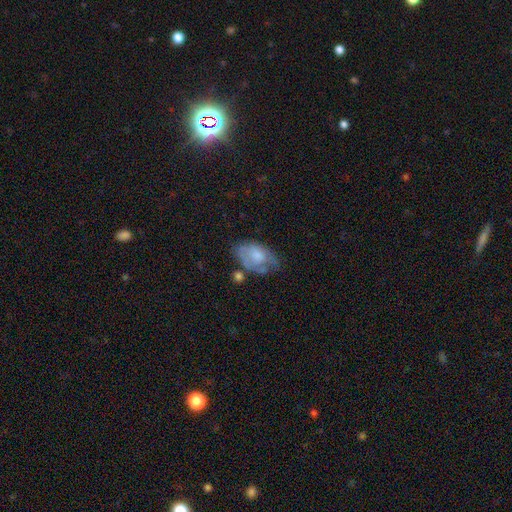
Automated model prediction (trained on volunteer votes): smooth_or_featured: smooth (p=0.53) [alt: featured or disk p=0.40]
how_rounded: in between (p=0.89) [alt: round p=0.09]
merging: none (p=0.41) [alt: minor disturbance p=0.33]